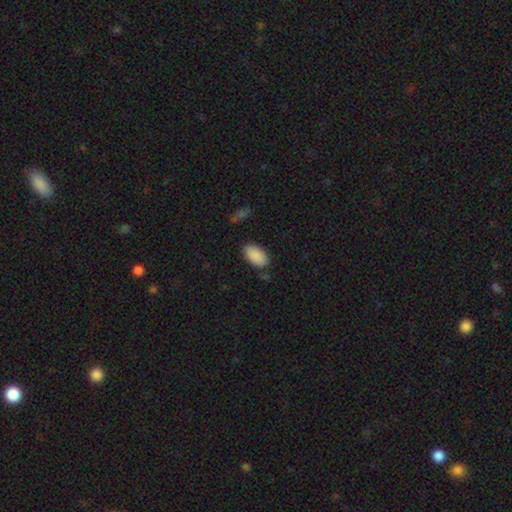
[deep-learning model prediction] Smooth or featured?
  - smooth: 90% *
  - star or artifact: 6%
  - featured or disk: 4%
How rounded?
  - in between: 95% *
  - round: 3%
  - cigar-shaped: 2%
Merging?
  - none: 82% *
  - minor disturbance: 12%
  - major disturbance: 3%
  - merger: 3%